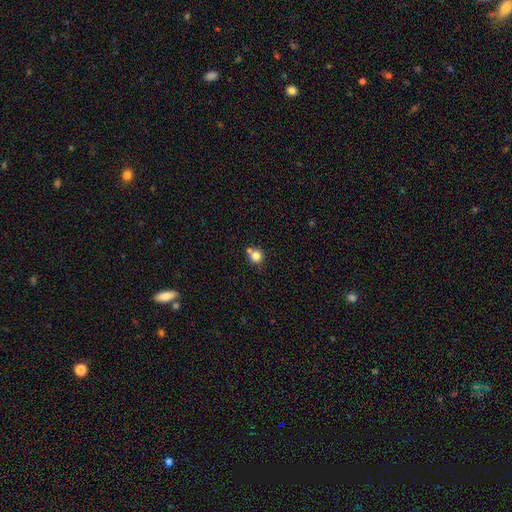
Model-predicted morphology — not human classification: The model was most divided on "merging": none: 63%, merger: 24%, minor disturbance: 10%, major disturbance: 3%. More confident: how rounded — round (92%); smooth or featured — smooth (81%).